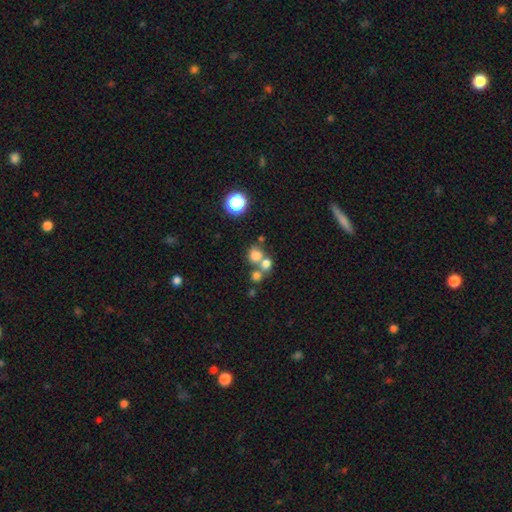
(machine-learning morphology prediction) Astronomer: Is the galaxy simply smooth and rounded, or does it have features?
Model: smooth — 74%.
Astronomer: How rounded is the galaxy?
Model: round — 79%.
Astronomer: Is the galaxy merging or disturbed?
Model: none — 48% (runner-up: merger, 40%).